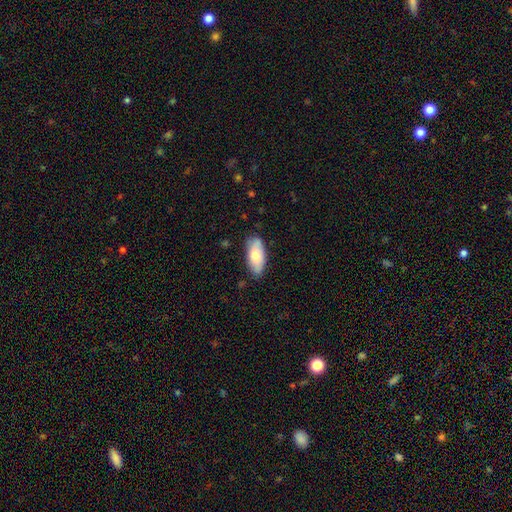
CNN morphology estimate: Smooth or featured? smooth (72%)
How rounded? in between (89%)
Merging? none (82%)